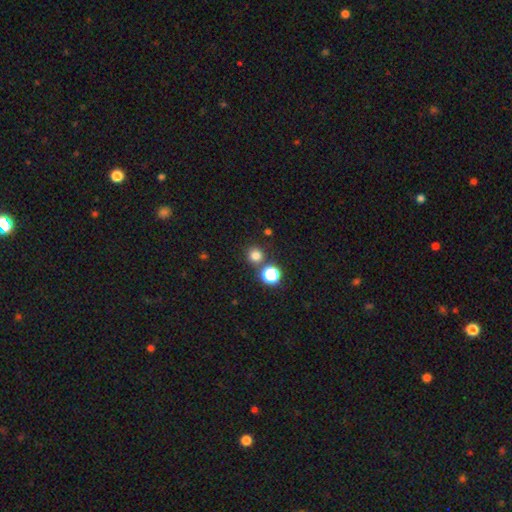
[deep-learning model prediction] Smooth or featured? smooth (78%)
How rounded? round (93%)
Merging? none (80%)